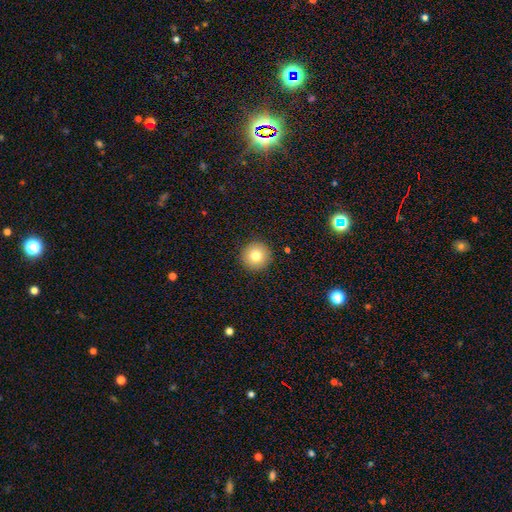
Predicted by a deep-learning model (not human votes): Smooth or featured?
  - smooth: 80% *
  - star or artifact: 11%
  - featured or disk: 10%
How rounded?
  - round: 96% *
  - in between: 3%
  - cigar-shaped: 1%
Merging?
  - none: 92% *
  - minor disturbance: 5%
  - major disturbance: 2%
  - merger: 1%